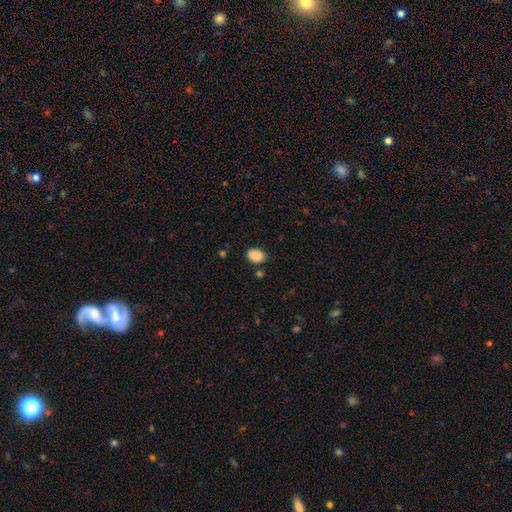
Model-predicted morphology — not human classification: This appears to be a smooth galaxy with no disk features (89%) that is in between round and cigar-shaped (78%). Merging: none (80%).